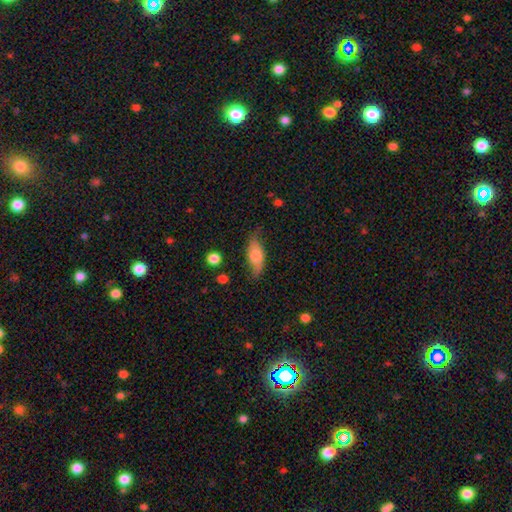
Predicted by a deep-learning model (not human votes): smooth_or_featured: smooth (p=0.63) [alt: featured or disk p=0.30]
how_rounded: in between (p=0.78) [alt: cigar-shaped p=0.19]
merging: none (p=0.65) [alt: minor disturbance p=0.26]